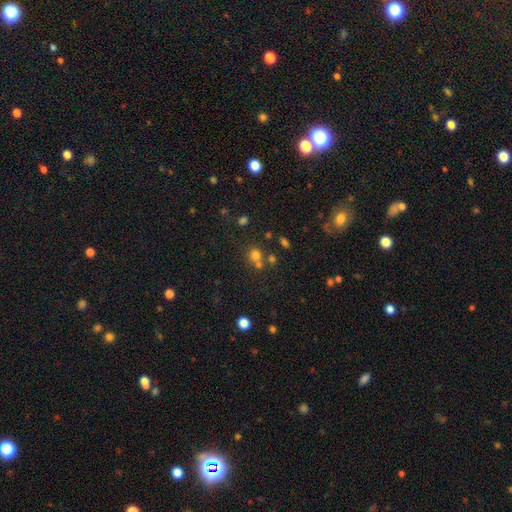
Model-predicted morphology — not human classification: Smooth or featured?
  - smooth: 69% *
  - star or artifact: 20%
  - featured or disk: 10%
How rounded?
  - round: 82% *
  - in between: 17%
  - cigar-shaped: 1%
Merging?
  - none: 54% *
  - merger: 34%
  - minor disturbance: 9%
  - major disturbance: 4%